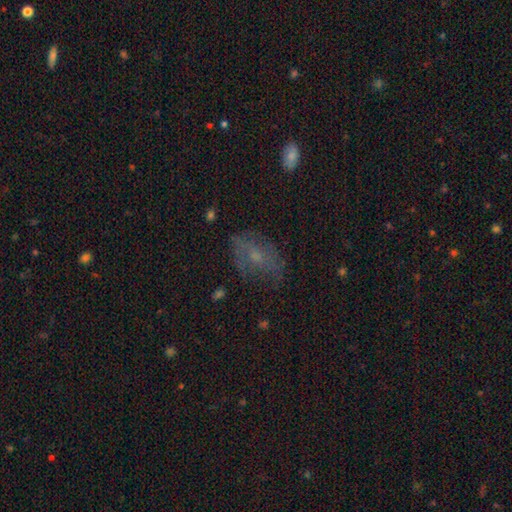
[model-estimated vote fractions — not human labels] smooth-or-featured: smooth: 44% | featured or disk: 40% | star or artifact: 16%
  merging: none: 60% | minor disturbance: 23% | major disturbance: 15% | merger: 2%